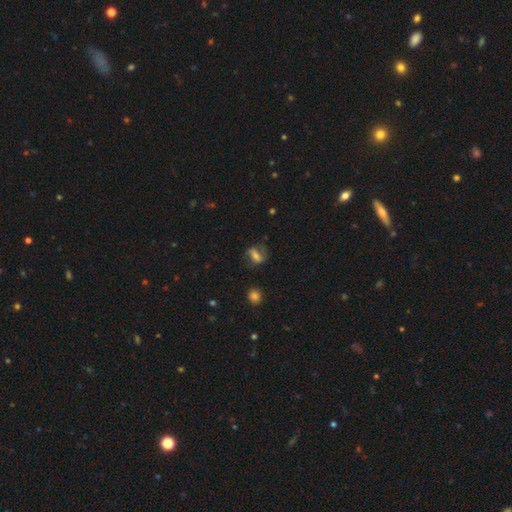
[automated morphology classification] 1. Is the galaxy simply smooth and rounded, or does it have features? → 47% smooth, 41% featured or disk, 12% star or artifact.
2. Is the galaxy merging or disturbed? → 63% none, 21% minor disturbance, 13% major disturbance, 3% merger.